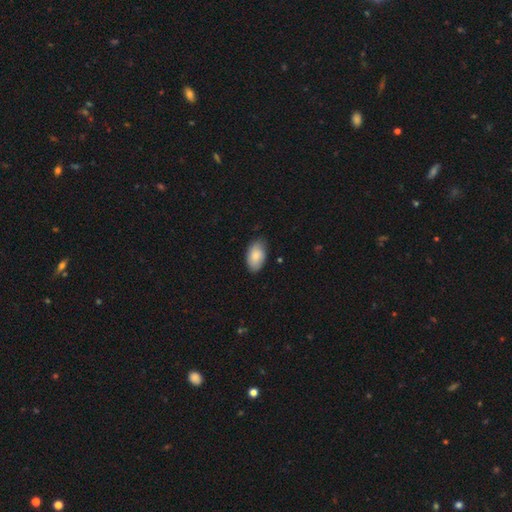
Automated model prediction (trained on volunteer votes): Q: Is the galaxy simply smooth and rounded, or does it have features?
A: smooth — 82%.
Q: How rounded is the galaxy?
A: in between — 93%.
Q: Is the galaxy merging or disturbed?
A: none — 76%.